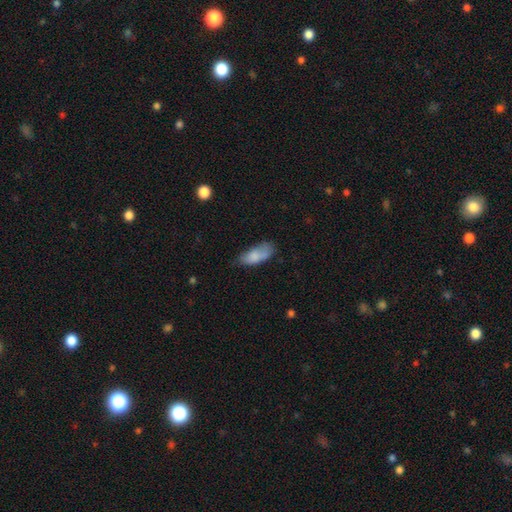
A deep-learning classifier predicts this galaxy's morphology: Overall: smooth (79%). How rounded: in between (83%). Merging: none (48%; minor disturbance 34%).